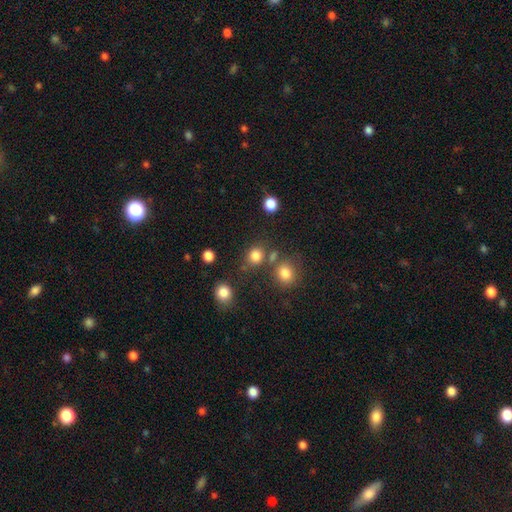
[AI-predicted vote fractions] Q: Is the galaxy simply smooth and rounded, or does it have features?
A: smooth — 81%.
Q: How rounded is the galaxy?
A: round — 81%.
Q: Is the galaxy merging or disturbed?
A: none — 71%.